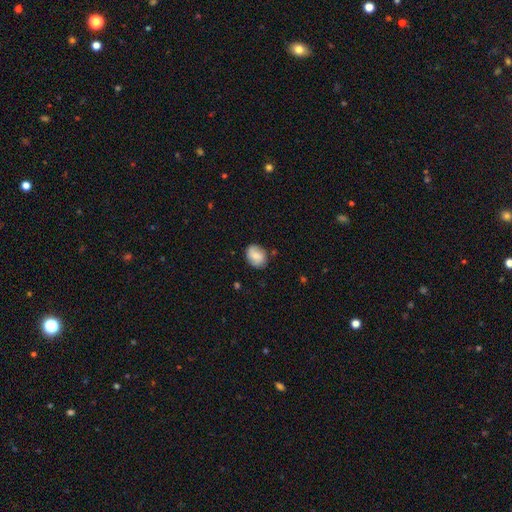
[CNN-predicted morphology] smooth-or-featured: smooth: 73% | featured or disk: 19% | star or artifact: 8%
  how-rounded: in between: 53% | round: 46% | cigar-shaped: 1%
  merging: none: 76% | minor disturbance: 18% | major disturbance: 4% | merger: 2%